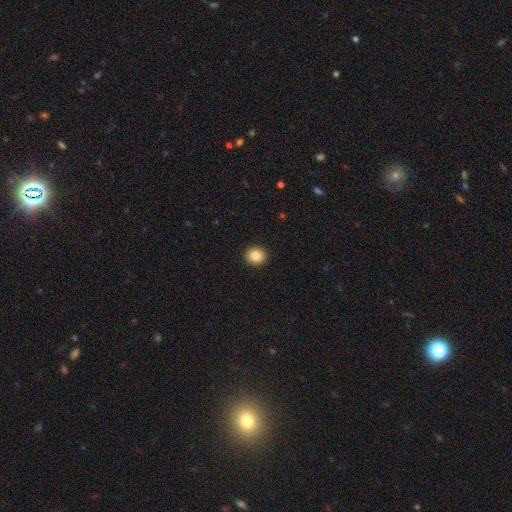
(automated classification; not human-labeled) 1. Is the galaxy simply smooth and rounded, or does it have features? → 85% smooth, 9% star or artifact, 6% featured or disk.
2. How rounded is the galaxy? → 89% round, 10% in between, 1% cigar-shaped.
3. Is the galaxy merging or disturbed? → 93% none, 4% minor disturbance, 1% major disturbance, 1% merger.